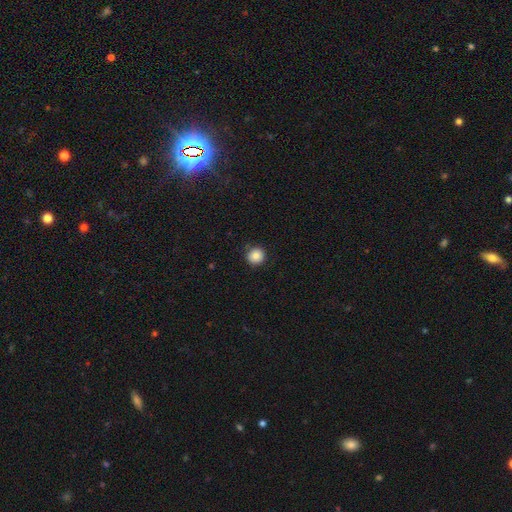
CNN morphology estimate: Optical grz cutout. It shows a smooth galaxy with no disk features (83%) that is round (94%). Merging: none (87%).